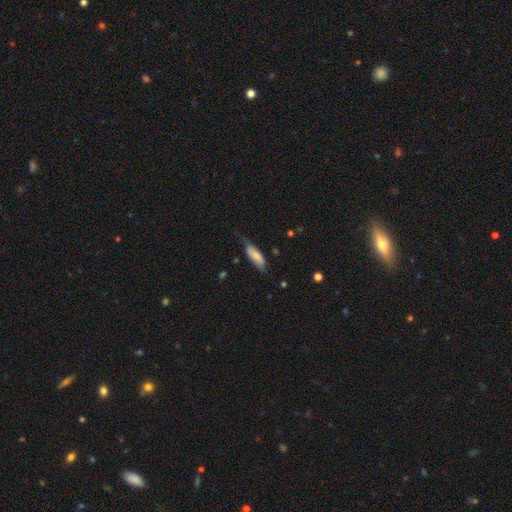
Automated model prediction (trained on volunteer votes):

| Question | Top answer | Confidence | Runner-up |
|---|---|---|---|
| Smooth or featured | smooth | 67% | featured or disk (26%) |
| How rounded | in between | 66% | cigar-shaped (32%) |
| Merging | none | 47% | minor disturbance (35%) |